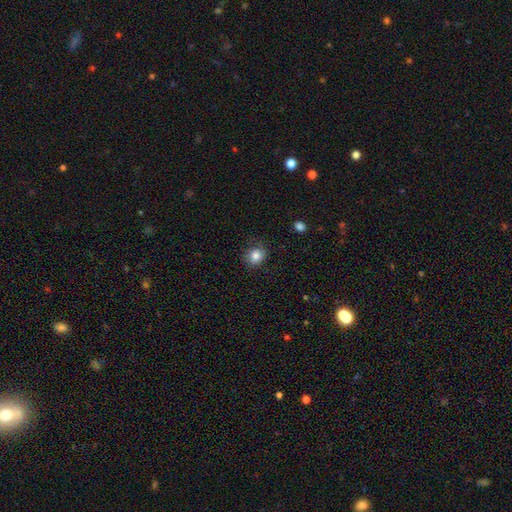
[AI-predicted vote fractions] A smooth galaxy with no disk features (84%) that is round (70%).

Vote fractions:
- Smooth or featured? smooth: 84% / star or artifact: 10% / featured or disk: 6%
- How rounded? round: 70% / in between: 29% / cigar-shaped: 1%
- Merging? none: 79% / minor disturbance: 15% / major disturbance: 4% / merger: 1%